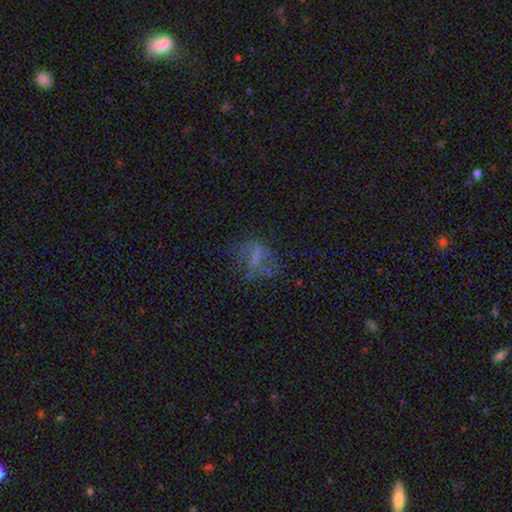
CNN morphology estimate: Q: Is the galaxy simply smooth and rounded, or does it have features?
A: smooth — 42%.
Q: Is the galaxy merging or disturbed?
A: none — 43%.